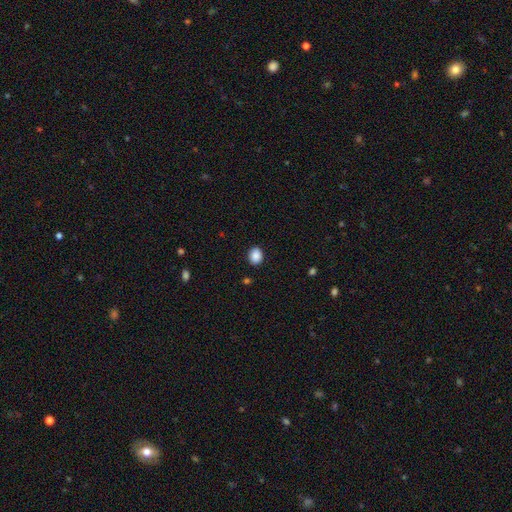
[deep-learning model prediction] This is clearly a smooth galaxy (88%). How rounded: possibly round (52%). Merging: clearly none (89%).